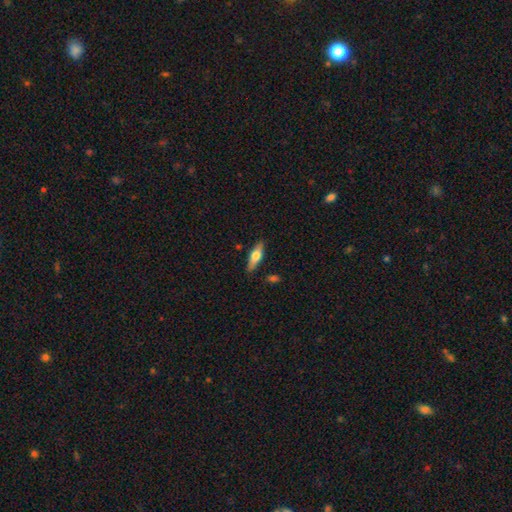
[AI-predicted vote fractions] Smooth or featured? smooth (54%)
How rounded? in between (49%)
Merging? none (86%)